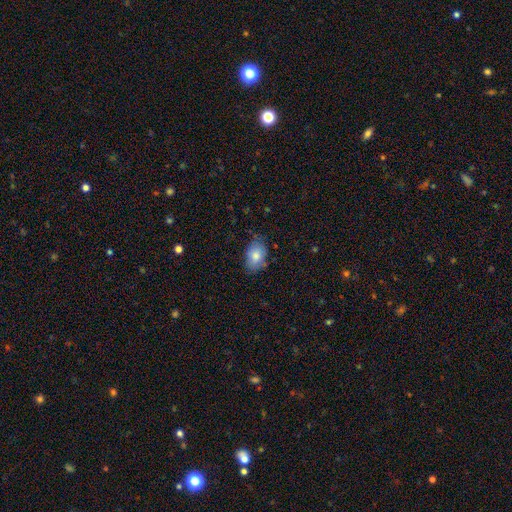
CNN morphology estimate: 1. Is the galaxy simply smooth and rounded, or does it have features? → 80% smooth, 13% featured or disk, 7% star or artifact.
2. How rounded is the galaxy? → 84% in between, 14% round, 1% cigar-shaped.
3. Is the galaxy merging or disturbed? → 71% none, 23% minor disturbance, 5% major disturbance, 1% merger.